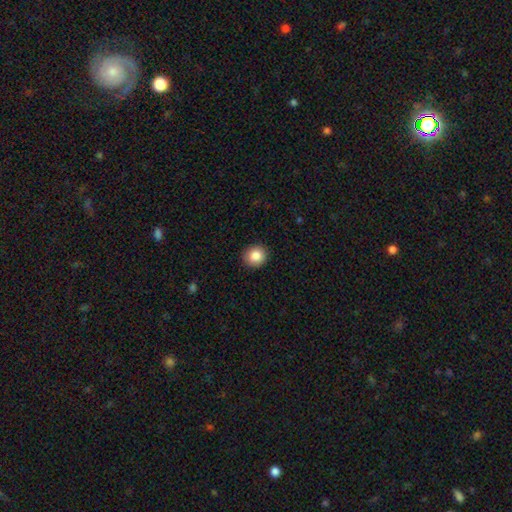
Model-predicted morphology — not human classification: The model was most divided on "how rounded": round: 86%, in between: 13%, cigar-shaped: 1%. More confident: merging — none (91%); smooth or featured — smooth (86%).